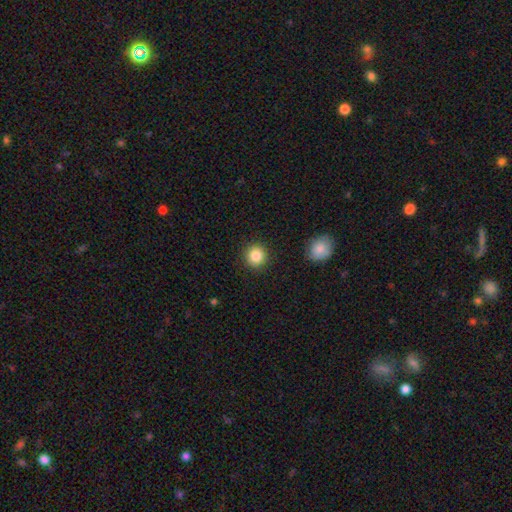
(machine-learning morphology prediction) The model was most divided on "smooth or featured": smooth: 85%, star or artifact: 9%, featured or disk: 5%. More confident: merging — none (91%); how rounded — round (90%).